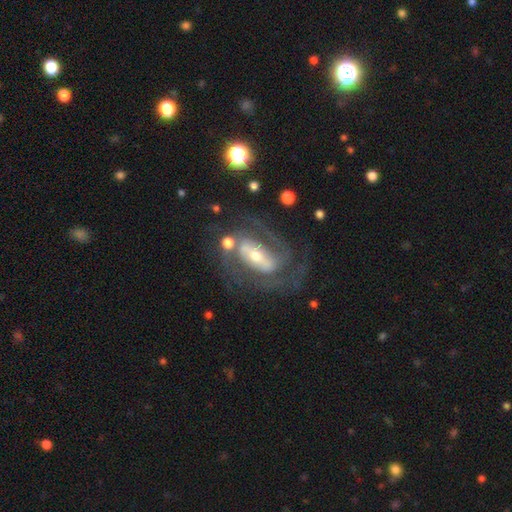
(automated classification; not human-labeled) This appears to be a featured or disk galaxy (84%) with a strong bar (44%), 2 (62%) medium (44%) spiral arms (88%) and a moderate central bulge (48%). Merging: none (60%).